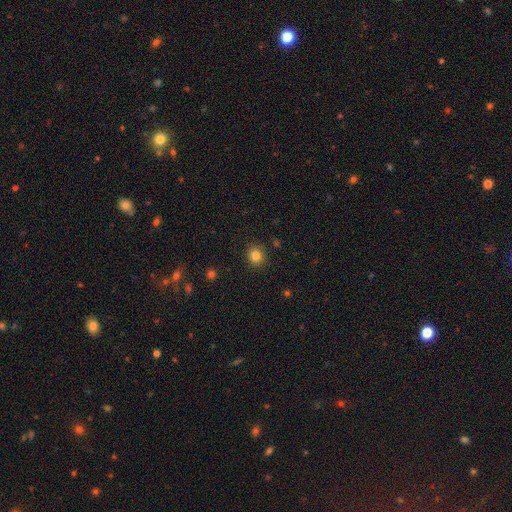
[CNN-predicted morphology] smooth_or_featured: smooth (p=0.82) [alt: star or artifact p=0.12]
how_rounded: round (p=0.81) [alt: in between p=0.18]
merging: none (p=0.89) [alt: minor disturbance p=0.08]